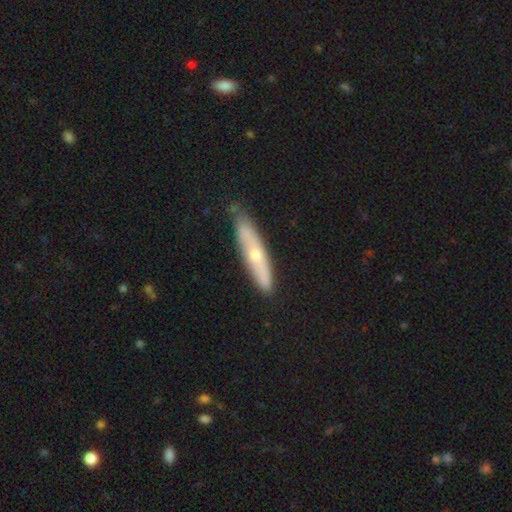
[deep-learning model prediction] smooth_or_featured: featured or disk (p=0.50) [alt: smooth p=0.43]
disk_edge_on: yes (p=0.64) [alt: no p=0.36]
merging: none (p=0.76) [alt: minor disturbance p=0.19]